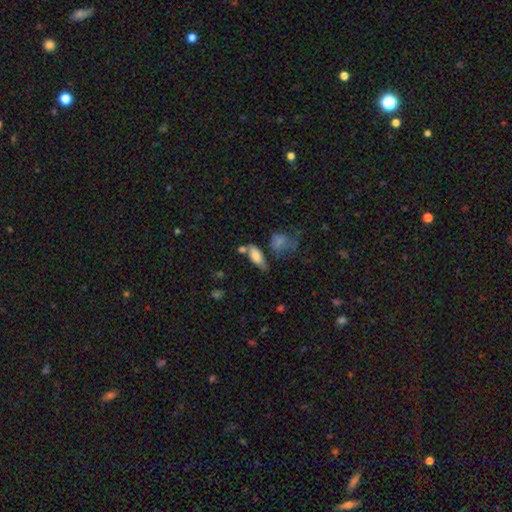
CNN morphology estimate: Smooth or featured? Predicted: smooth (p=0.74). How rounded? Predicted: in between (p=0.75). Merging? Predicted: none (p=0.48).